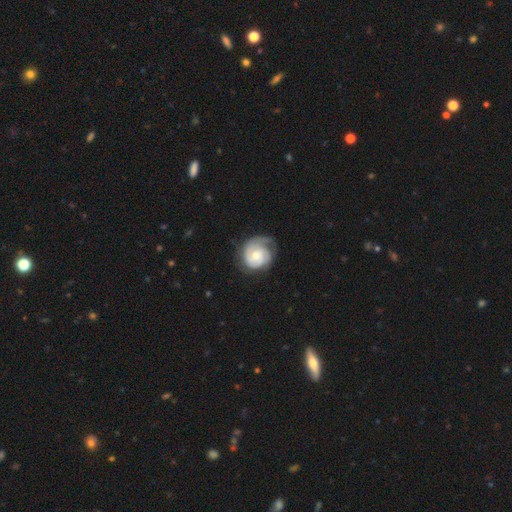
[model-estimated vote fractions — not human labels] This appears to be a featured or disk galaxy (77%) with no bar (70%), 2 (45%) tight (62%) spiral arms (95%) and a moderate central bulge (48%). Merging: none (63%).